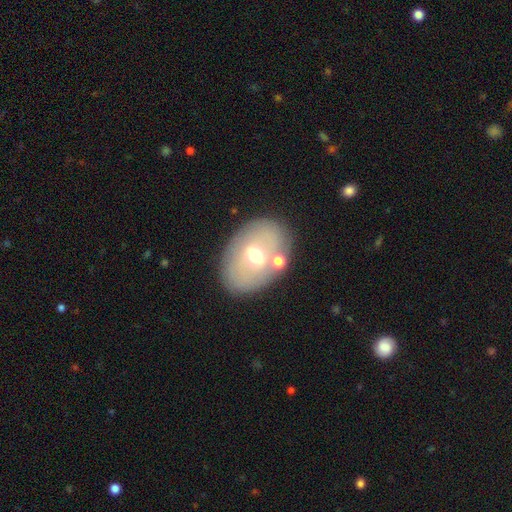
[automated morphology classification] smooth 50%, featured or disk 41%, star or artifact 10%. Down the decision tree: merging — none (73%).